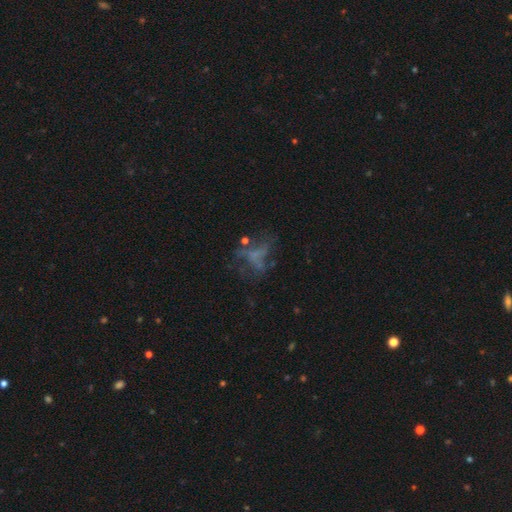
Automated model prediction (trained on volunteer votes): This is possibly a featured or disk galaxy (47%). Merging: marginally none (40%).